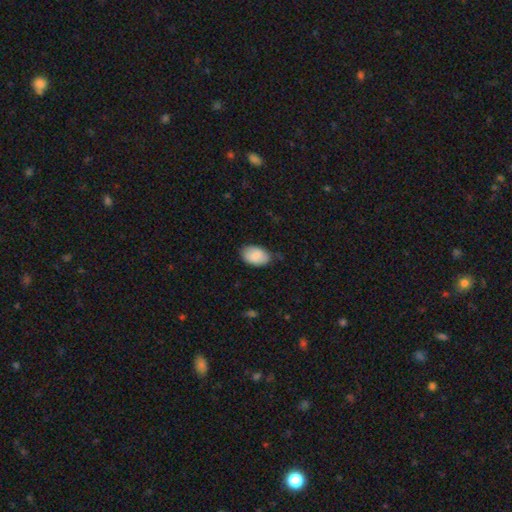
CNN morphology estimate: Smooth or featured? Predicted: smooth (p=0.84). How rounded? Predicted: in between (p=0.90). Merging? Predicted: none (p=0.65).